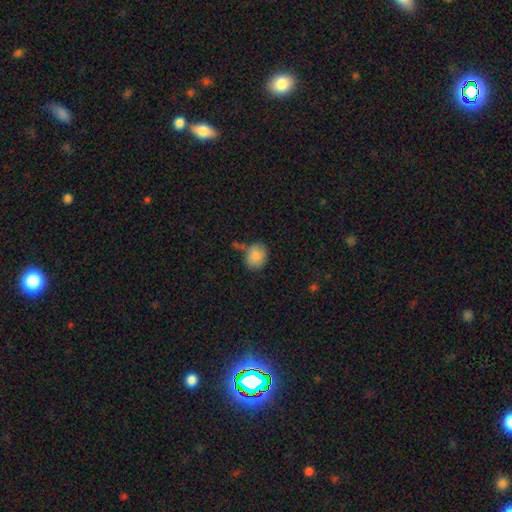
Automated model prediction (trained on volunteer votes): Morphology: type=smooth (87%); roundness=round (73%); merging=none (61%).